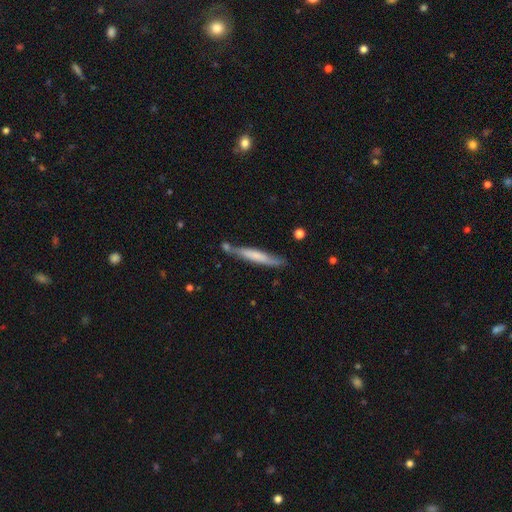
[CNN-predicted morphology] smooth-or-featured: smooth: 54% | featured or disk: 41% | star or artifact: 6%
  how-rounded: cigar-shaped: 93% | in between: 6% | round: 1%
  merging: none: 65% | minor disturbance: 19% | merger: 11% | major disturbance: 4%